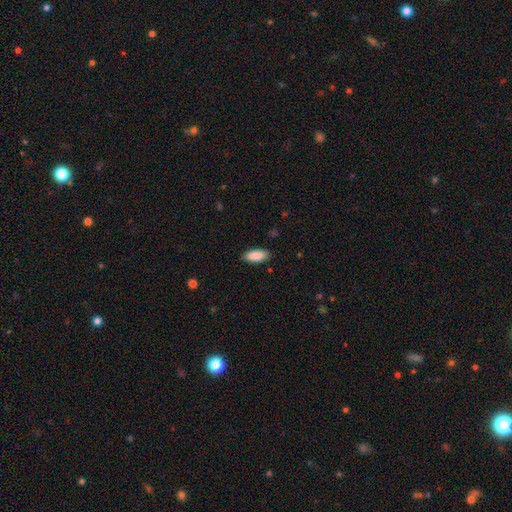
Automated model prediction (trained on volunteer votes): smooth_or_featured: smooth (p=0.90) [alt: star or artifact p=0.06]
how_rounded: in between (p=0.87) [alt: cigar-shaped p=0.12]
merging: none (p=0.87) [alt: minor disturbance p=0.09]